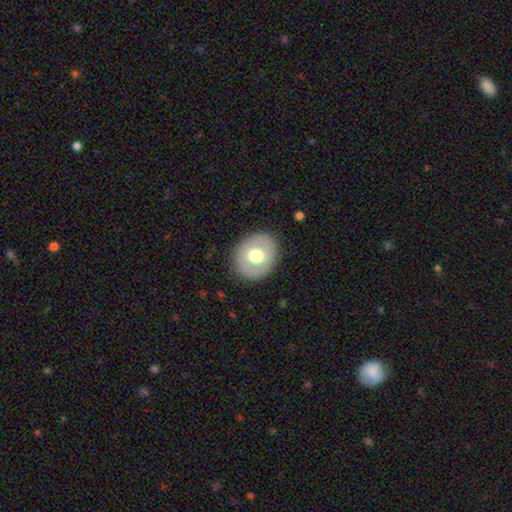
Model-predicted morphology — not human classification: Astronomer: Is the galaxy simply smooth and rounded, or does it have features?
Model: smooth — 55% (runner-up: featured or disk, 39%).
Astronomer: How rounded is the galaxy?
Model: round — 60% (runner-up: in between, 39%).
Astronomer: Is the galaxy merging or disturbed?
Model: none — 85%.